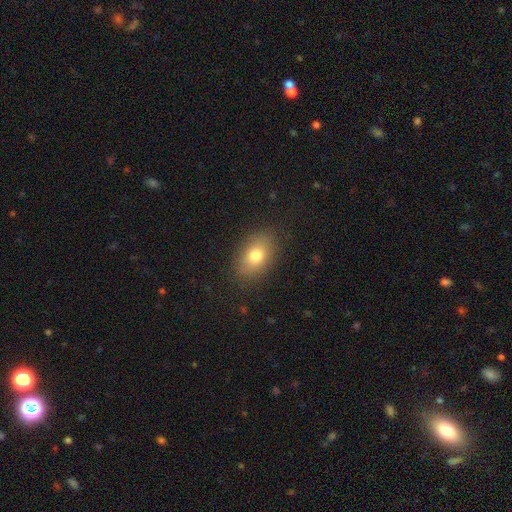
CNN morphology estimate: This is likely a smooth galaxy (78%). How rounded: clearly in between (82%). Merging: clearly none (85%).